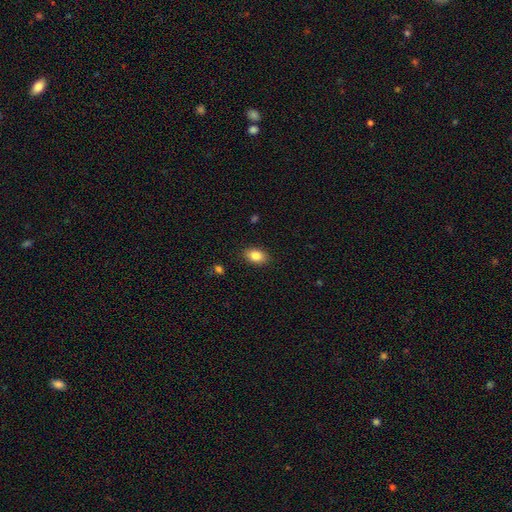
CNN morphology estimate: Smooth or featured? smooth (85%)
How rounded? in between (87%)
Merging? none (88%)